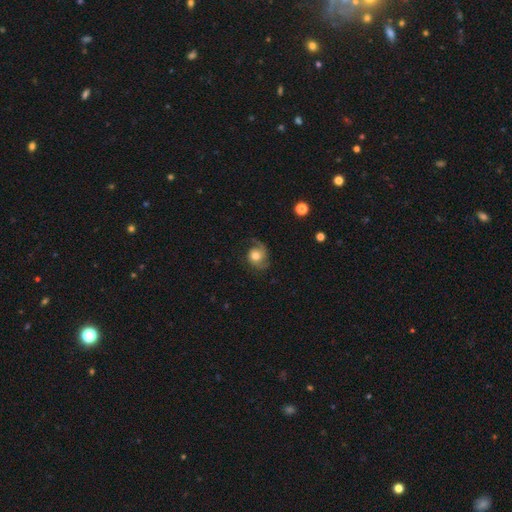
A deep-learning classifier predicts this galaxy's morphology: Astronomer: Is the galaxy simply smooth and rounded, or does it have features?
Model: featured or disk — 51% (runner-up: smooth, 40%).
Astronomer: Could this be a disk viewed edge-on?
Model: no — 97%.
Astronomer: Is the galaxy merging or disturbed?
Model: none — 55%.